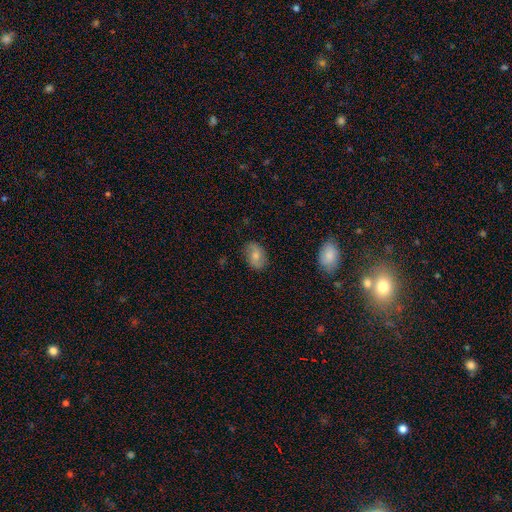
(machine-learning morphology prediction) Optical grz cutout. It shows a smooth galaxy with no disk features (72%) that is in between round and cigar-shaped (79%). Merging: none (81%).